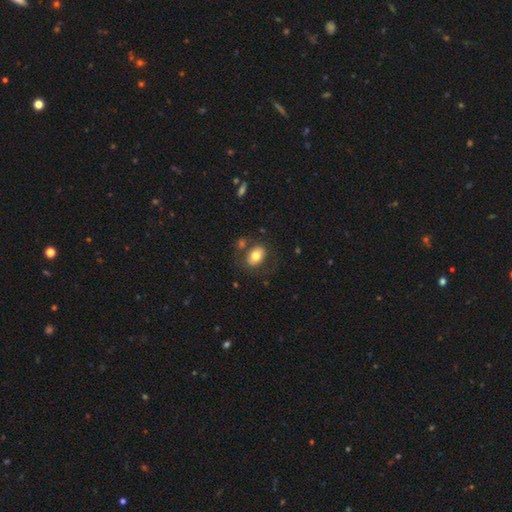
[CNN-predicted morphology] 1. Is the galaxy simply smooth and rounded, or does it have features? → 74% smooth, 18% featured or disk, 8% star or artifact.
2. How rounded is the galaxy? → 81% in between, 18% round, 1% cigar-shaped.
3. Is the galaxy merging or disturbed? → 67% none, 15% minor disturbance, 10% merger, 9% major disturbance.